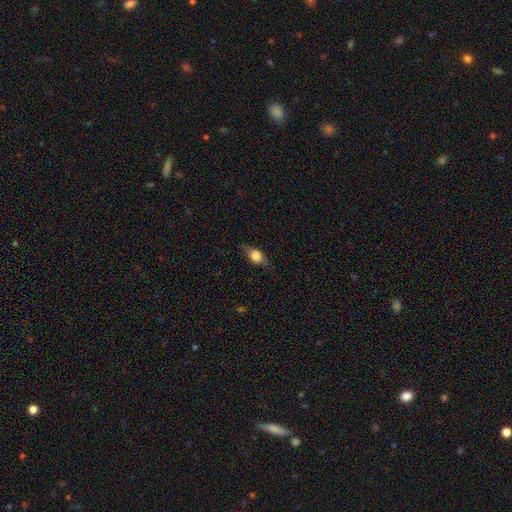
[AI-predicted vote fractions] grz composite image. It shows a smooth galaxy with no disk features (67%) that is in between round and cigar-shaped (70%). Merging: none (75%).